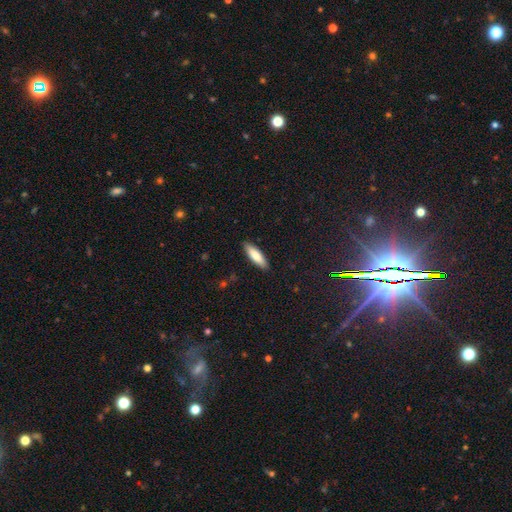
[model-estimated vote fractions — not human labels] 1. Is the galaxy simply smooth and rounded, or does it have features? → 81% smooth, 13% featured or disk, 6% star or artifact.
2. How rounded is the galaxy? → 56% cigar-shaped, 42% in between, 1% round.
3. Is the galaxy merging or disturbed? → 89% none, 8% minor disturbance, 2% major disturbance, 1% merger.